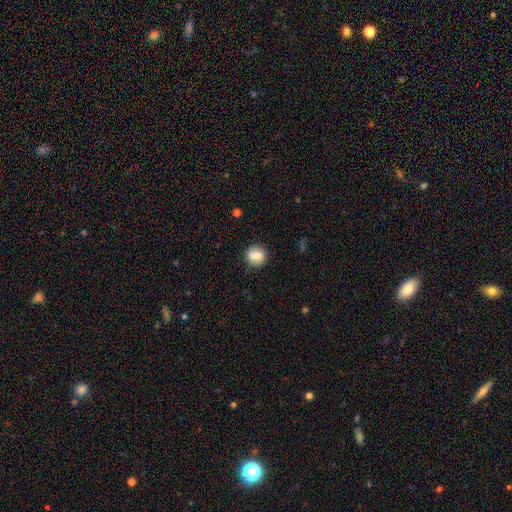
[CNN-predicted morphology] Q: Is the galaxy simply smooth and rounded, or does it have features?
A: smooth — 78%.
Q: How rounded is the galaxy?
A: round — 80%.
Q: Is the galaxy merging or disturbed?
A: none — 87%.